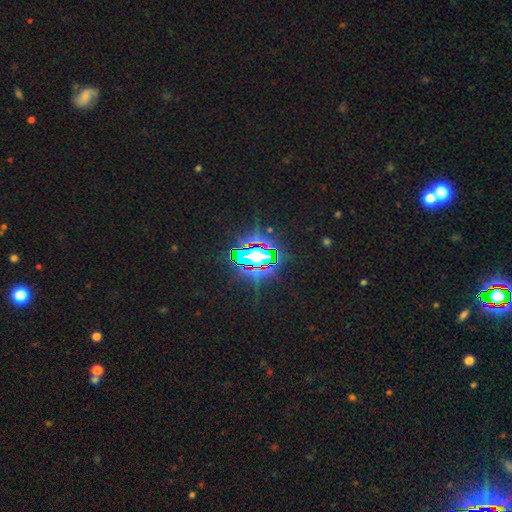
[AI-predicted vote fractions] smooth_or_featured: star or artifact (p=0.82) [alt: smooth p=0.10]